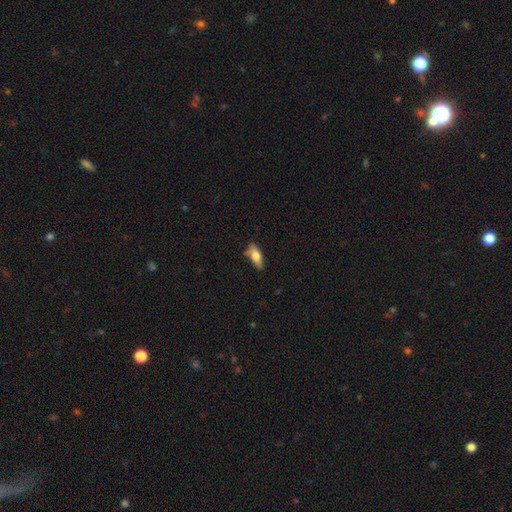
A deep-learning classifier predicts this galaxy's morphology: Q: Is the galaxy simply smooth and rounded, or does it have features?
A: smooth — 68%.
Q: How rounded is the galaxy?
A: in between — 73%.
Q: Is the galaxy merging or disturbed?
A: none — 67%.